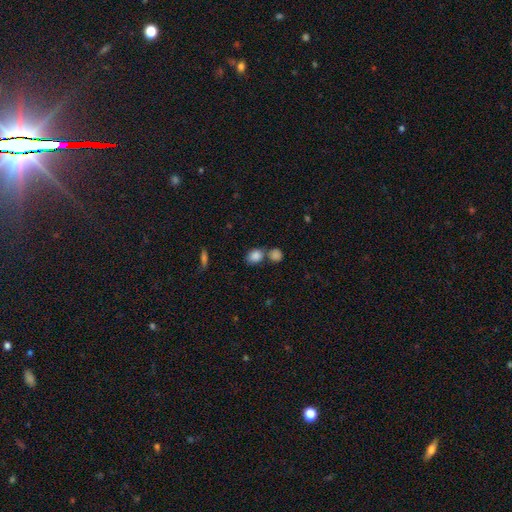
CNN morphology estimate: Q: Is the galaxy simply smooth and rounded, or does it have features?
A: smooth — 85%.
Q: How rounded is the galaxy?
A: in between — 53%.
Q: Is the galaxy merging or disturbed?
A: none — 50%.